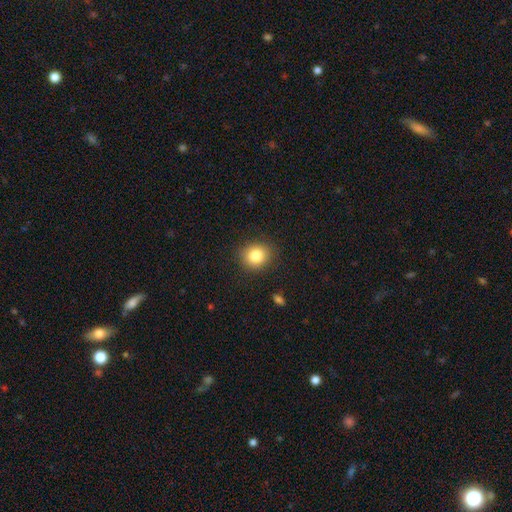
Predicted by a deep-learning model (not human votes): Smooth or featured? smooth (84%)
How rounded? round (74%)
Merging? none (87%)